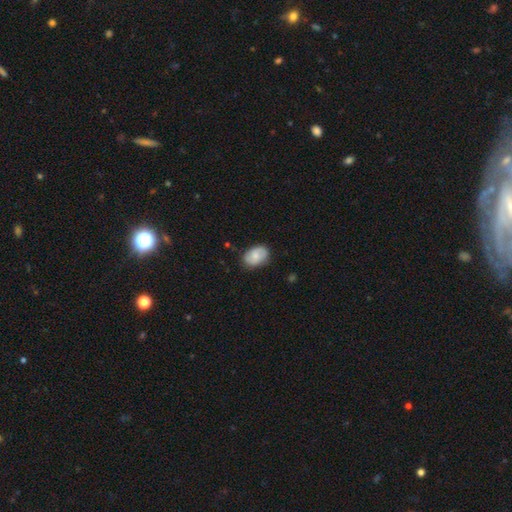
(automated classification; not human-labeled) Smooth or featured: smooth — 69% (featured or disk — 24%)
How rounded: in between — 83% (round — 16%)
Merging: none — 76% (minor disturbance — 19%)